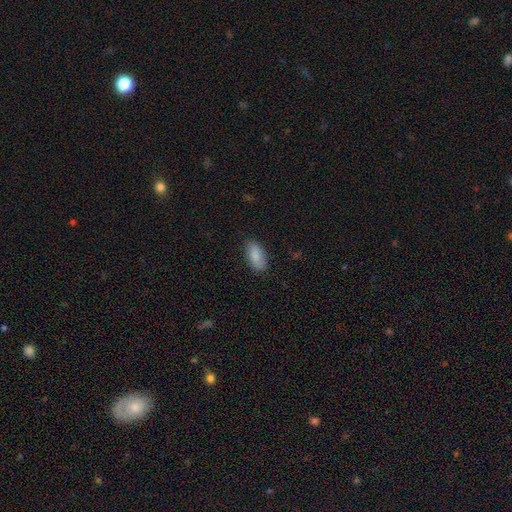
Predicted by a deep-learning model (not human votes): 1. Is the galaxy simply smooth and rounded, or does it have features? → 88% smooth, 6% star or artifact, 6% featured or disk.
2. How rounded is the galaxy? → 90% in between, 7% cigar-shaped, 2% round.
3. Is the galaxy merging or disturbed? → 84% none, 12% minor disturbance, 3% major disturbance, 1% merger.